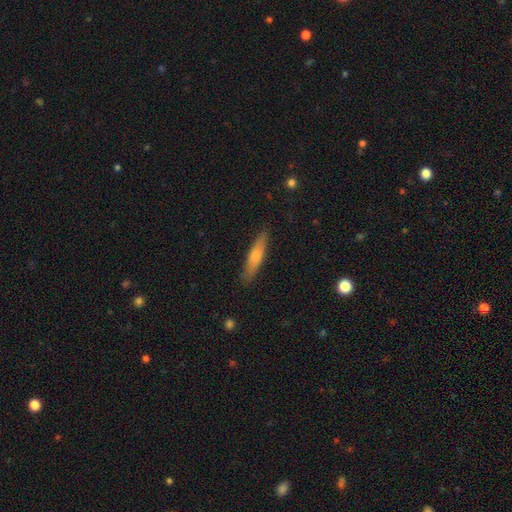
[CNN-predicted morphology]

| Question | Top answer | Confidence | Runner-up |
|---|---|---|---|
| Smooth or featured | smooth | 71% | featured or disk (23%) |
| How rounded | cigar-shaped | 81% | in between (17%) |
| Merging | none | 86% | minor disturbance (11%) |